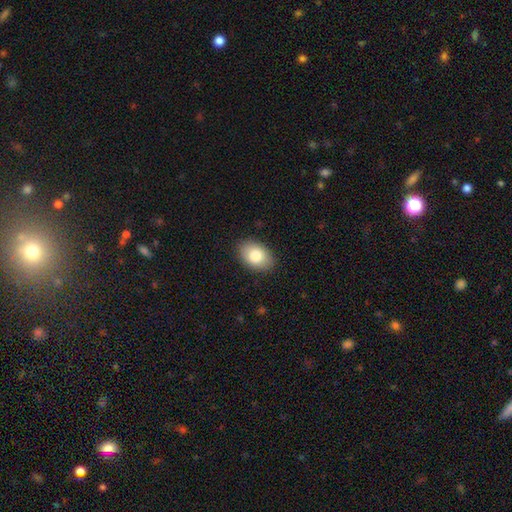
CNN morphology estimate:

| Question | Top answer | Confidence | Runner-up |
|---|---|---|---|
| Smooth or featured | smooth | 82% | featured or disk (11%) |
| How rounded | in between | 87% | round (12%) |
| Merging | none | 88% | minor disturbance (9%) |